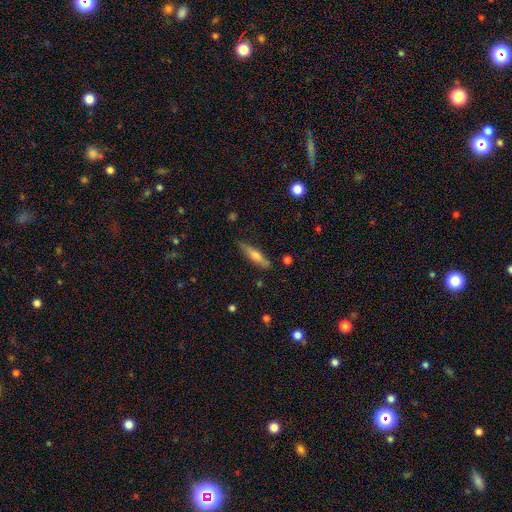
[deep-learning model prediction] Smooth or featured? smooth (57%)
How rounded? cigar-shaped (76%)
Merging? none (81%)